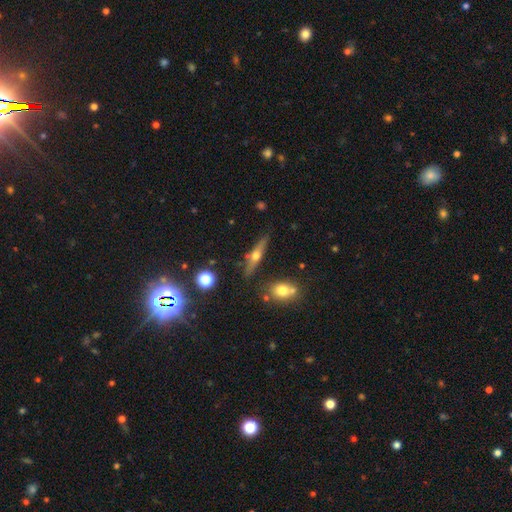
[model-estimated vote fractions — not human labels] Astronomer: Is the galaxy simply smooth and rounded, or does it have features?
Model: featured or disk — 60%.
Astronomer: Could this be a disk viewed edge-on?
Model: yes — 92%.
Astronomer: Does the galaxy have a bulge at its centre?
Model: rounded — 93%.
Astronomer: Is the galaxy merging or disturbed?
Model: none — 79%.